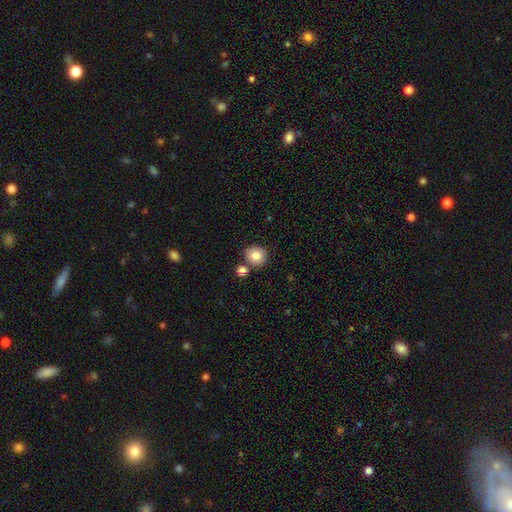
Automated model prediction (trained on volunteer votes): Overall: smooth (82%). How rounded: round (86%). Merging: none (74%).